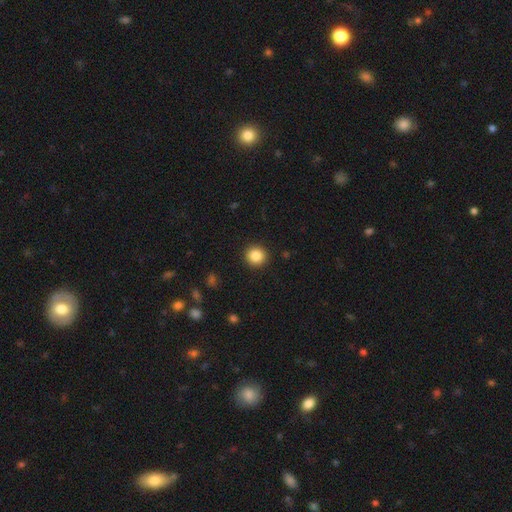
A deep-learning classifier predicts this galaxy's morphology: type=smooth (86%); roundness=round (93%); merging=none (92%).